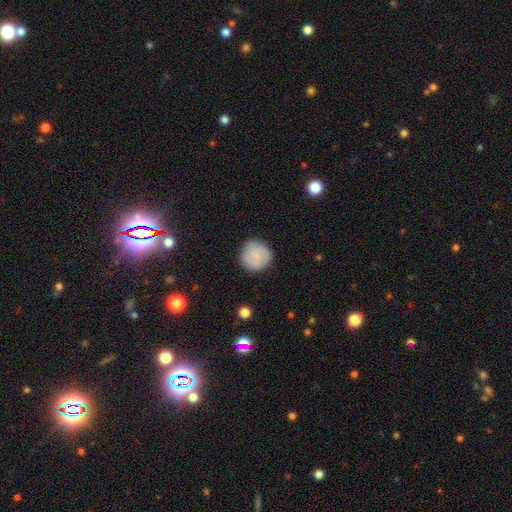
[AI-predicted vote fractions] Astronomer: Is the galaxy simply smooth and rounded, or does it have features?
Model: smooth — 83%.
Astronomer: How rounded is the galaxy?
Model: round — 92%.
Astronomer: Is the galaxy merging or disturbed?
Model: none — 83%.